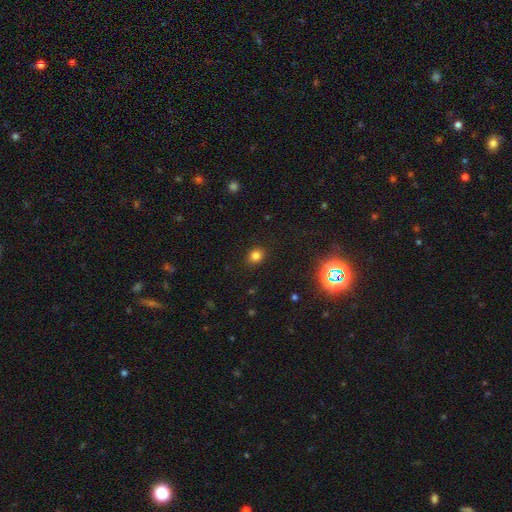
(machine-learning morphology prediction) smooth_or_featured: smooth (p=0.80) [alt: star or artifact p=0.15]
how_rounded: round (p=0.72) [alt: in between p=0.27]
merging: none (p=0.89) [alt: minor disturbance p=0.07]